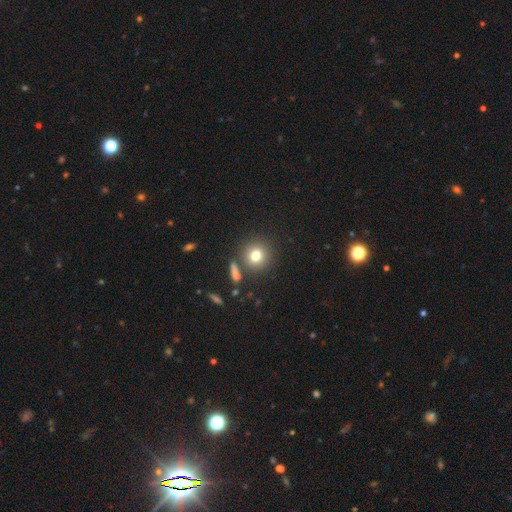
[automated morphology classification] smooth-or-featured: smooth: 76% | star or artifact: 13% | featured or disk: 11%
  how-rounded: round: 90% | in between: 9% | cigar-shaped: 1%
  merging: none: 80% | minor disturbance: 8% | merger: 8% | major disturbance: 3%